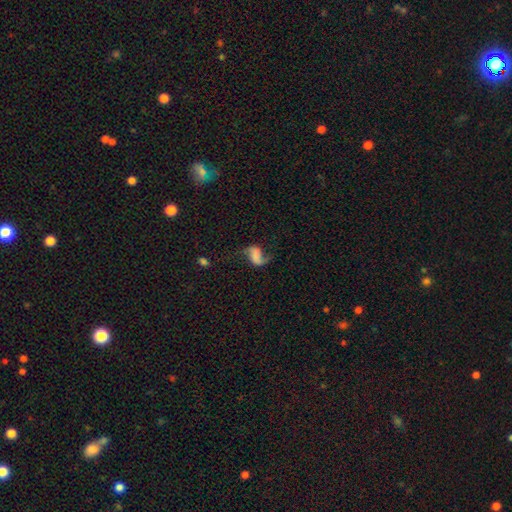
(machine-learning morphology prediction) Q: Smooth or featured?
A: featured or disk (64%); runner-up: smooth (26%)
Q: Edge-on disk?
A: no (97%); runner-up: yes (3%)
Q: Bar?
A: no (47%); runner-up: weak (30%)
Q: Spiral arms?
A: yes (91%); runner-up: no (9%)
Q: Spiral winding?
A: loose (80%); runner-up: medium (16%)
Q: Spiral arm count?
A: 2 (86%); runner-up: 1 (9%)
Q: Bulge size?
A: none (63%); runner-up: large (11%)
Q: Merging?
A: none (56%); runner-up: minor disturbance (20%)